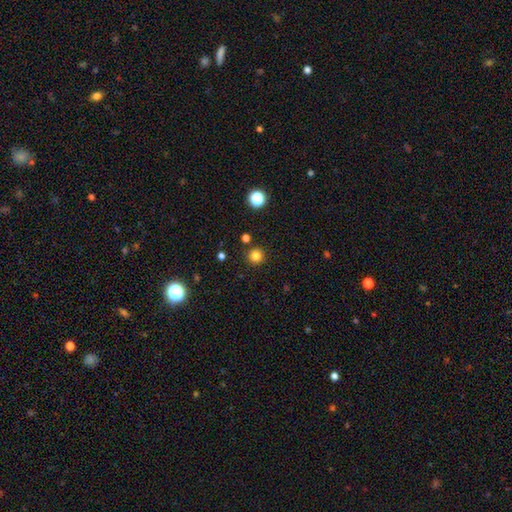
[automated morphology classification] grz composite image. It shows a smooth galaxy with no disk features (81%) that is round (95%). Merging: none (90%).